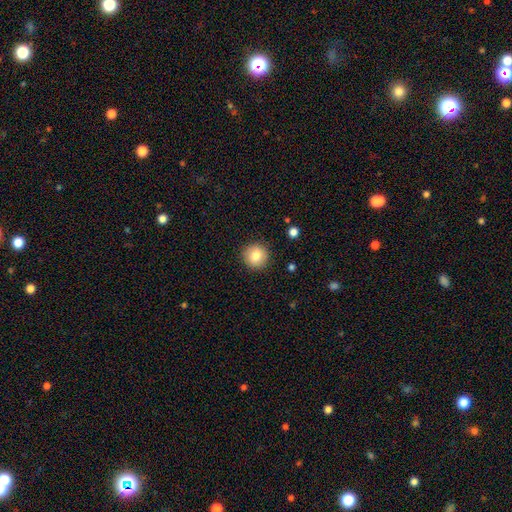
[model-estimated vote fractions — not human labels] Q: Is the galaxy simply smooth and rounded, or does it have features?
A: smooth — 82%.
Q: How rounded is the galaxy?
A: round — 93%.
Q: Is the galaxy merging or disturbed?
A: none — 90%.